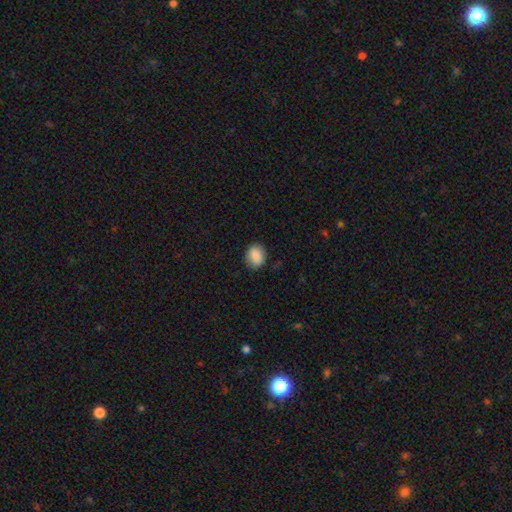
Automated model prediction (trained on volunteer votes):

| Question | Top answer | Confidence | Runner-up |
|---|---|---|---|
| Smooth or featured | smooth | 87% | star or artifact (8%) |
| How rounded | round | 52% | in between (47%) |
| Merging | none | 86% | minor disturbance (11%) |